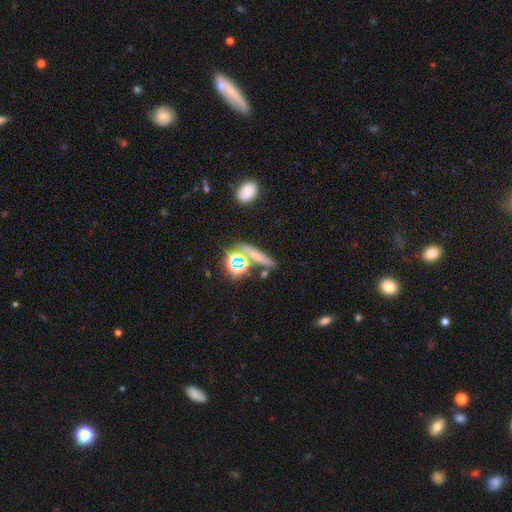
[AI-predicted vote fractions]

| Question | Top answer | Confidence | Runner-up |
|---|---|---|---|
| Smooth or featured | smooth | 58% | star or artifact (24%) |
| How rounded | cigar-shaped | 60% | round (22%) |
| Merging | none | 72% | merger (12%) |